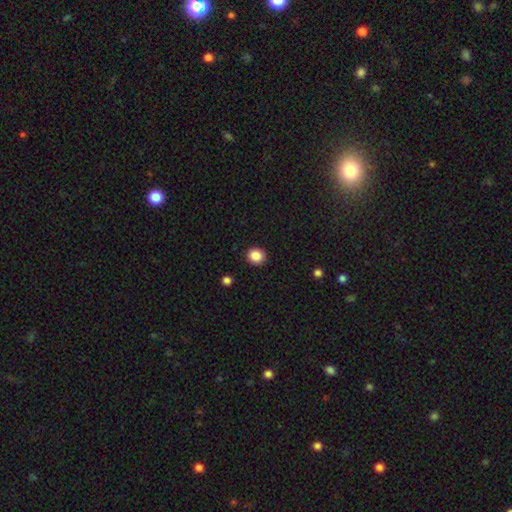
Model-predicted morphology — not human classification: Smooth or featured? smooth (87%)
How rounded? round (87%)
Merging? none (91%)